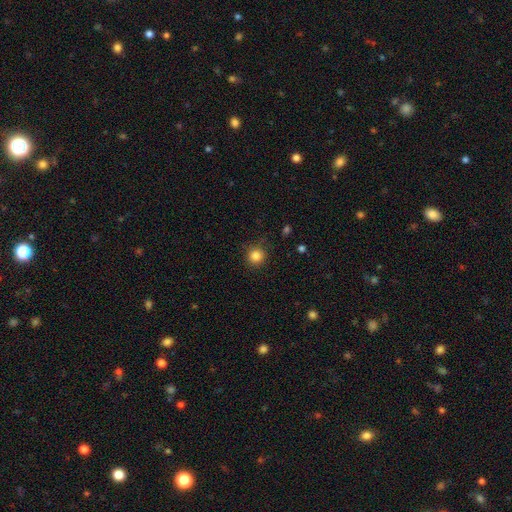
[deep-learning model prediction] Smooth or featured: smooth — 85% (star or artifact — 11%)
How rounded: round — 93% (in between — 6%)
Merging: none — 86% (minor disturbance — 10%)